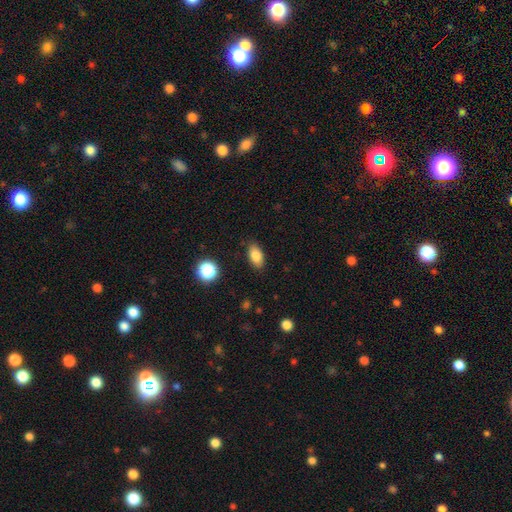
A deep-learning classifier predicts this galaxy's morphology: Smooth or featured? Predicted: smooth (p=0.84). How rounded? Predicted: in between (p=0.90). Merging? Predicted: none (p=0.86).